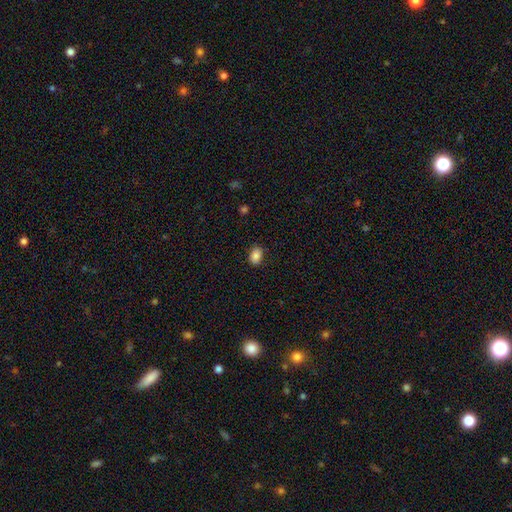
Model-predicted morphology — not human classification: A smooth galaxy with no disk features (86%) that is in between round and cigar-shaped (74%).

Vote fractions:
- Smooth or featured? smooth: 86% / star or artifact: 9% / featured or disk: 5%
- How rounded? in between: 74% / round: 25% / cigar-shaped: 1%
- Merging? none: 85% / minor disturbance: 12% / major disturbance: 2% / merger: 1%